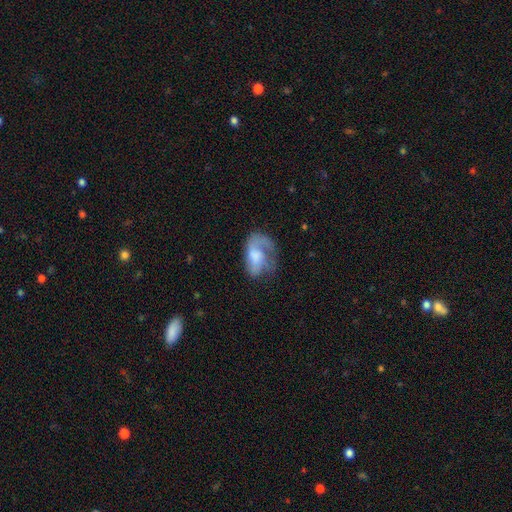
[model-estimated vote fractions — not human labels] A featured or disk galaxy (57%) with no bar (67%), spiral arms (78%) and a moderate central bulge (33%).

Vote fractions:
- Smooth or featured? featured or disk: 57% / smooth: 35% / star or artifact: 7%
- Edge-on disk? no: 97% / yes: 3%
- Bar? no: 67% / weak: 28% / strong: 6%
- Spiral arms? yes: 78% / no: 22%
- Bulge size? moderate: 33% / none: 25% / large: 20% / small: 19% / dominant: 3%
- Merging? none: 38% / major disturbance: 35% / minor disturbance: 24% / merger: 3%